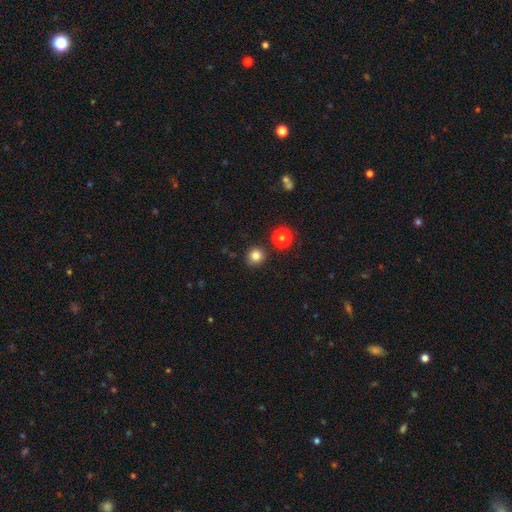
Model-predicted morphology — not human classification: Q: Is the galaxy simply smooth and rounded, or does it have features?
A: smooth — 82%.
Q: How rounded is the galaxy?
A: round — 93%.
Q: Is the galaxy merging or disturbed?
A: none — 88%.